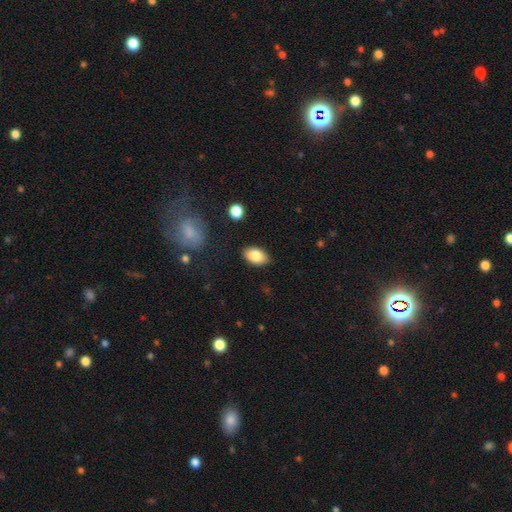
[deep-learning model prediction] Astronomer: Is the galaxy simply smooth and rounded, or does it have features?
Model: smooth — 85%.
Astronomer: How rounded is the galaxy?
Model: in between — 91%.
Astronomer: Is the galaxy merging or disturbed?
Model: none — 86%.